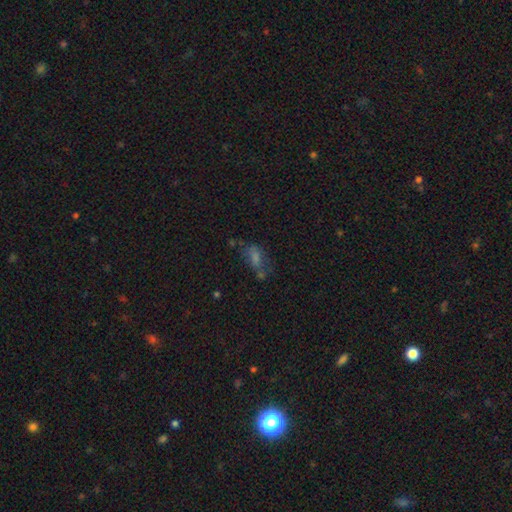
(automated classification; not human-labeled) smooth 49%, star or artifact 25%, featured or disk 25%. Down the decision tree: merging — none (43%).